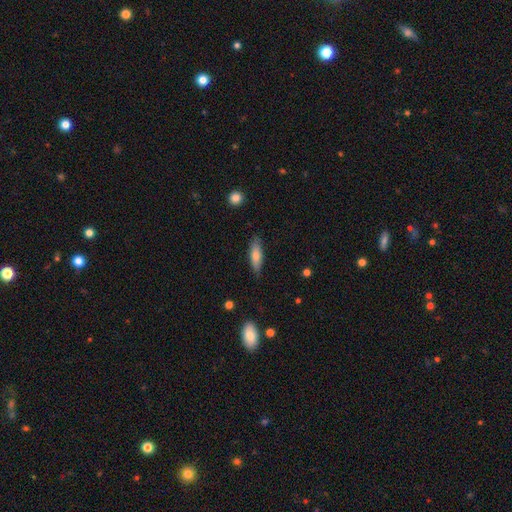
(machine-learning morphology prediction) A smooth galaxy with no disk features (65%) that is cigar-shaped (55%).

Vote fractions:
- Smooth or featured? smooth: 65% / featured or disk: 28% / star or artifact: 6%
- How rounded? cigar-shaped: 55% / in between: 42% / round: 2%
- Merging? none: 83% / minor disturbance: 13% / major disturbance: 2% / merger: 1%